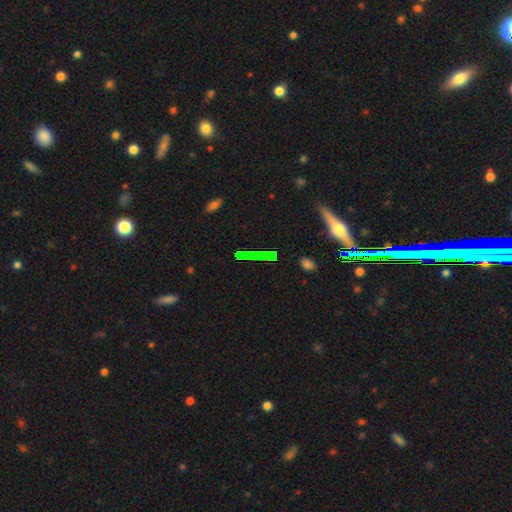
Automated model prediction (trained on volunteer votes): Smooth or featured? star or artifact (39%)